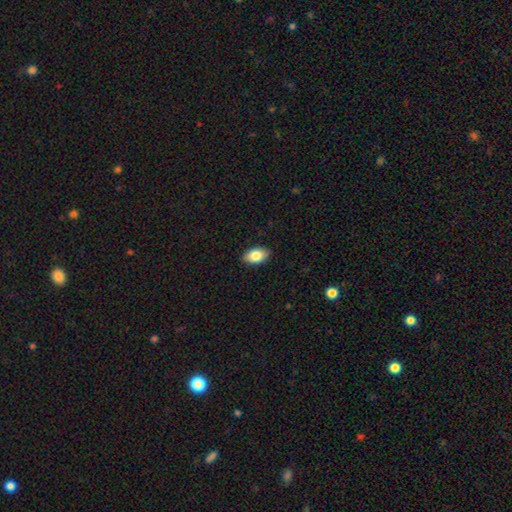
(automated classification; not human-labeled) Overall: smooth (84%). How rounded: in between (92%). Merging: none (89%).